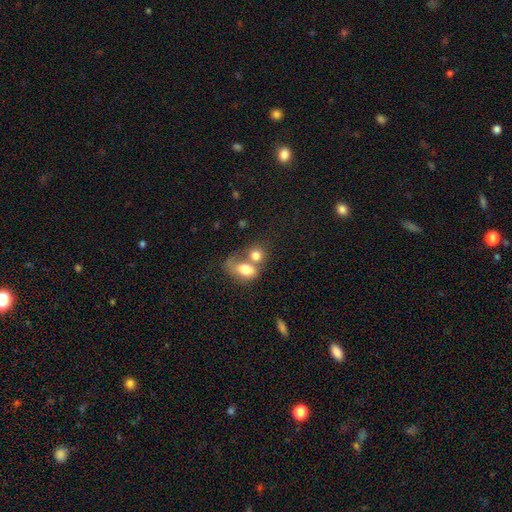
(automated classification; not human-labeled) Smooth or featured? smooth (75%)
How rounded? in between (50%)
Merging? merger (64%)